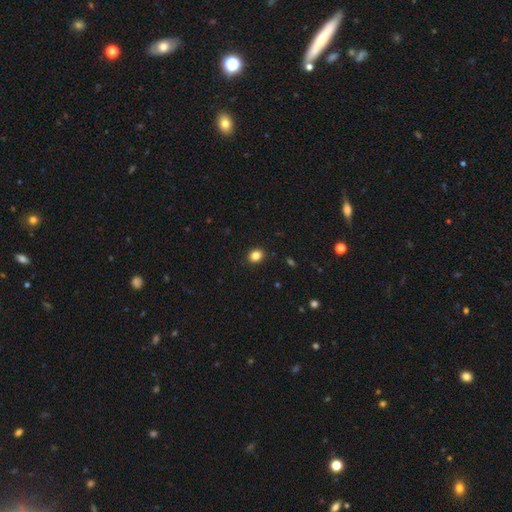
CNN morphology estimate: A smooth galaxy with no disk features (85%) that is round (62%).

Vote fractions:
- Smooth or featured? smooth: 85% / star or artifact: 11% / featured or disk: 5%
- How rounded? round: 62% / in between: 37% / cigar-shaped: 1%
- Merging? none: 91% / minor disturbance: 6% / major disturbance: 2% / merger: 1%